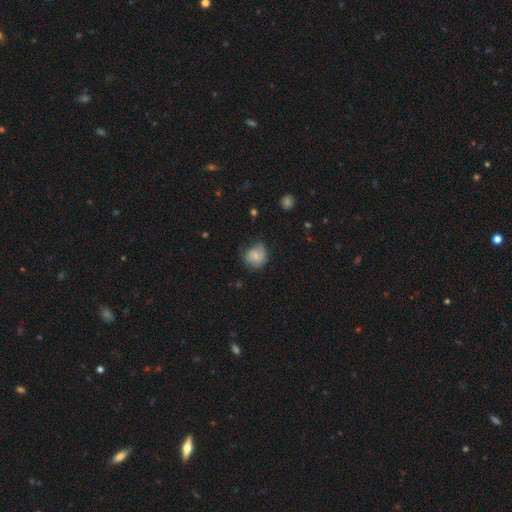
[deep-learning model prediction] Smooth or featured?
  - smooth: 73% *
  - featured or disk: 19%
  - star or artifact: 8%
How rounded?
  - round: 72% *
  - in between: 27%
  - cigar-shaped: 1%
Merging?
  - none: 54% *
  - minor disturbance: 33%
  - major disturbance: 11%
  - merger: 2%